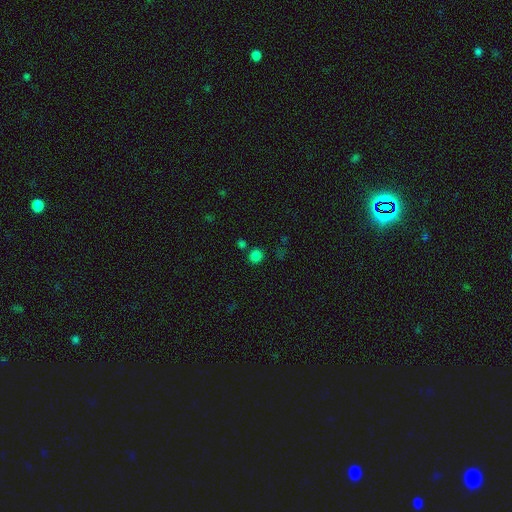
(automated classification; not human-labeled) Smooth or featured? Predicted: smooth (p=0.78). How rounded? Predicted: round (p=0.90). Merging? Predicted: none (p=0.81).